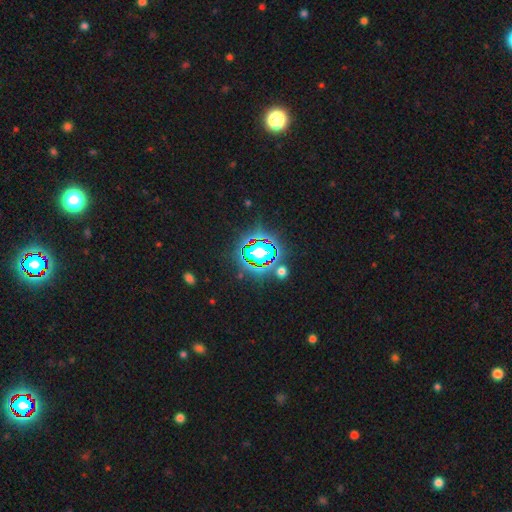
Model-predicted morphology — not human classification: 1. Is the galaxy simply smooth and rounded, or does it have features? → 69% star or artifact, 19% smooth, 12% featured or disk.